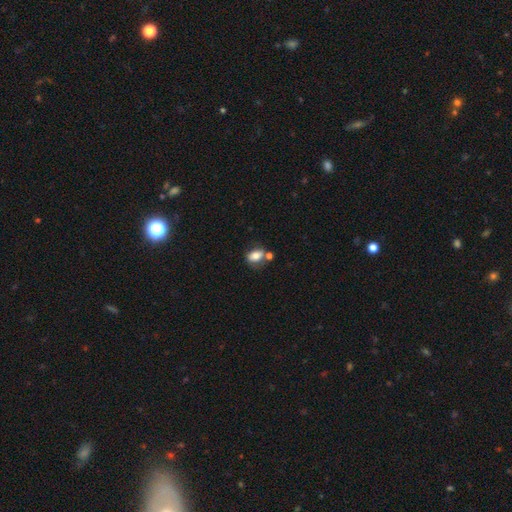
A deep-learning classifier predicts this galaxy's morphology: Smooth or featured: smooth — 74% (featured or disk — 18%)
How rounded: in between — 78% (round — 19%)
Merging: none — 48% (merger — 27%)